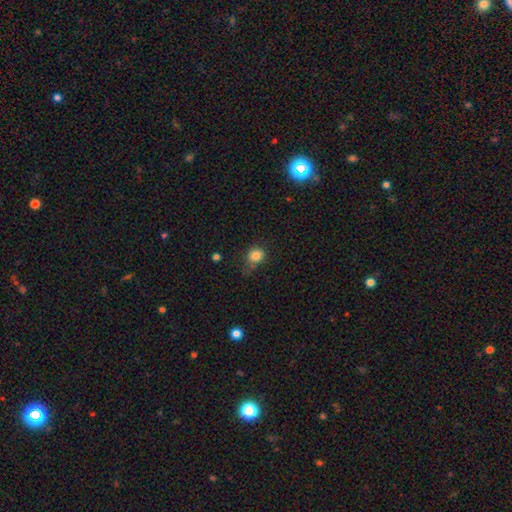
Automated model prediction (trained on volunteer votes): Smooth or featured: smooth — 82% (star or artifact — 11%)
How rounded: round — 77% (in between — 22%)
Merging: none — 59% (minor disturbance — 27%)